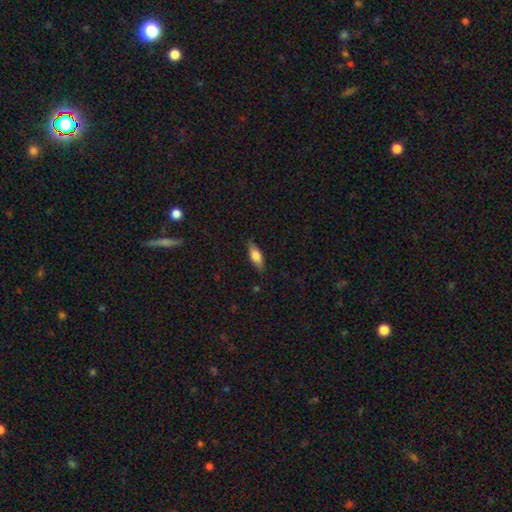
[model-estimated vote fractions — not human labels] A smooth galaxy with no disk features (70%) that is in between round and cigar-shaped (68%). Merging: none (82%).